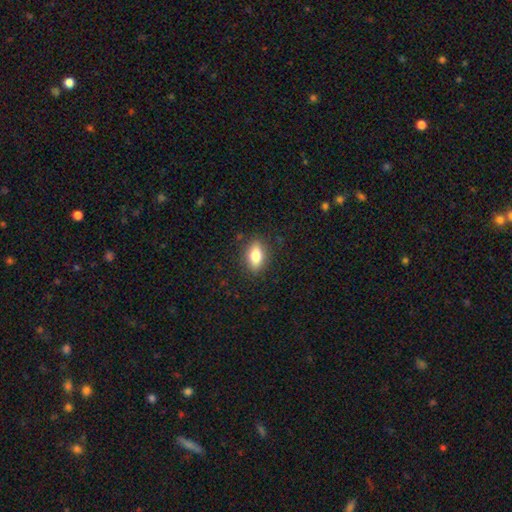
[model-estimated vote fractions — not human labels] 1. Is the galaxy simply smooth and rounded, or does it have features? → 75% smooth, 16% featured or disk, 9% star or artifact.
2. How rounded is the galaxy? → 81% in between, 11% round, 8% cigar-shaped.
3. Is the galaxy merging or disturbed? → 86% none, 10% minor disturbance, 3% major disturbance, 1% merger.